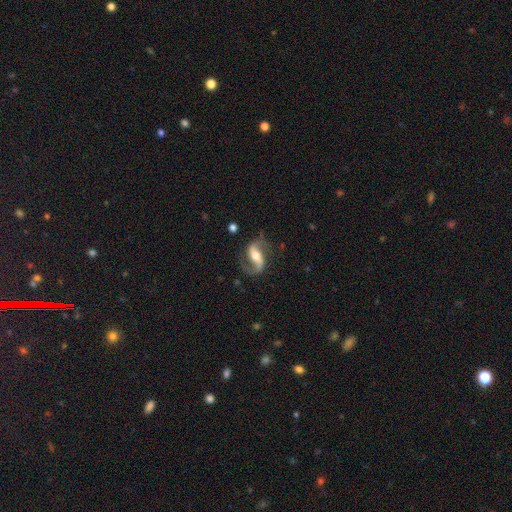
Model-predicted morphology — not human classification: Smooth or featured? Predicted: featured or disk (p=0.87). Edge-on disk? Predicted: no (p=0.96). Bar? Predicted: strong (p=0.42). Spiral arms? Predicted: yes (p=0.96). Spiral winding? Predicted: loose (p=0.58). Spiral arm count? Predicted: 2 (p=0.90). Bulge size? Predicted: moderate (p=0.64). Merging? Predicted: none (p=0.74).